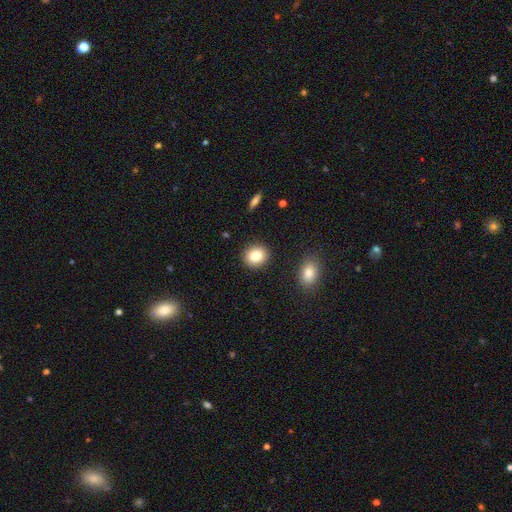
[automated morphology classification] Q: Smooth or featured?
A: smooth (84%); runner-up: star or artifact (9%)
Q: How rounded?
A: round (75%); runner-up: in between (24%)
Q: Merging?
A: none (89%); runner-up: minor disturbance (7%)